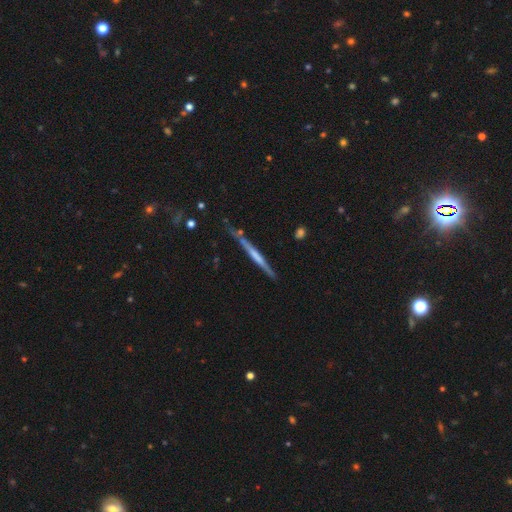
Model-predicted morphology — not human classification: This is possibly a featured or disk galaxy (58%). It is clearly viewed edge-on (95%). Edge-on bulge: likely none (70%). Merging: likely none (71%).